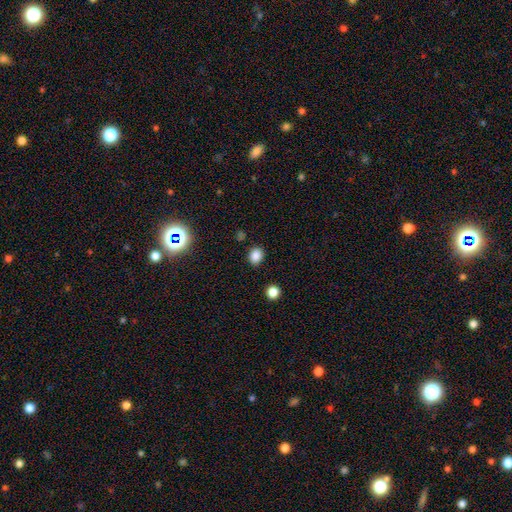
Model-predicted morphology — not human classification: Smooth or featured? Predicted: smooth (p=0.83). How rounded? Predicted: round (p=0.54). Merging? Predicted: none (p=0.86).